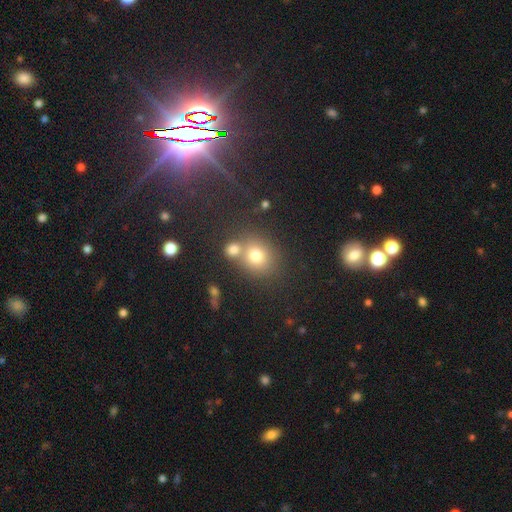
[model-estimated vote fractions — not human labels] smooth 72%, star or artifact 16%, featured or disk 11%. Down the decision tree: how rounded — round (73%); merging — none (57%).